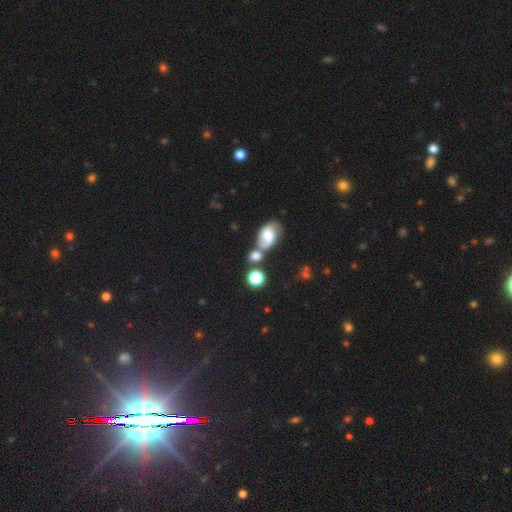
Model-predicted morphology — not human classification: A smooth galaxy with no disk features (63%) that is round (57%).

Vote fractions:
- Smooth or featured? smooth: 63% / featured or disk: 22% / star or artifact: 16%
- How rounded? round: 57% / in between: 40% / cigar-shaped: 3%
- Merging? none: 43% / merger: 36% / minor disturbance: 13% / major disturbance: 8%